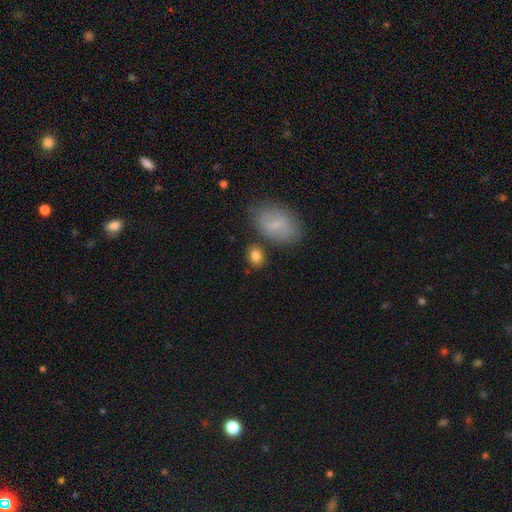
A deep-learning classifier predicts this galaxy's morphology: A smooth galaxy with no disk features (81%) that is in between round and cigar-shaped (60%). Merging: none (73%).